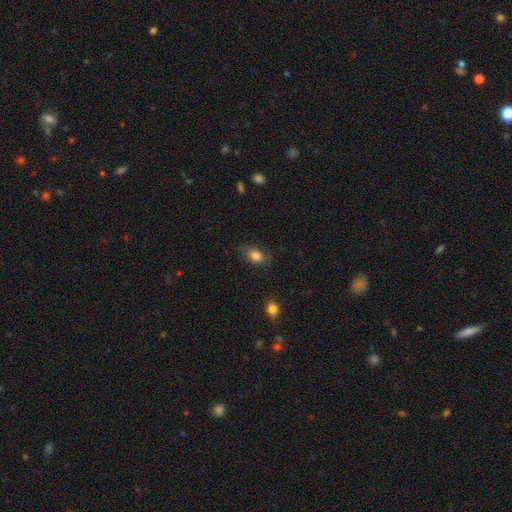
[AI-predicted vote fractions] smooth-or-featured: smooth: 81% | featured or disk: 10% | star or artifact: 9%
  how-rounded: in between: 77% | round: 20% | cigar-shaped: 3%
  merging: none: 66% | minor disturbance: 24% | major disturbance: 8% | merger: 2%